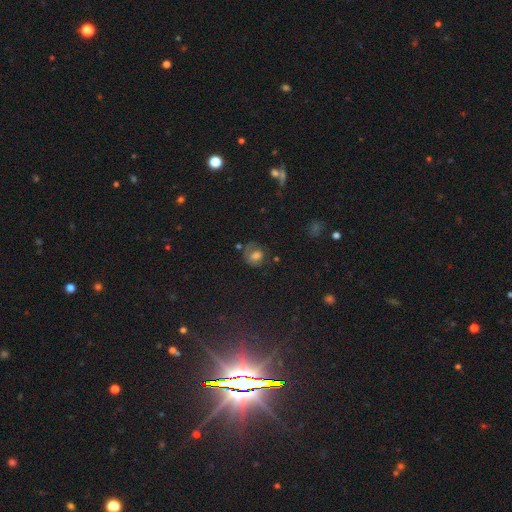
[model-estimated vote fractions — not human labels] Morphology: type=smooth (62%); roundness=round (69%); merging=none (55%).